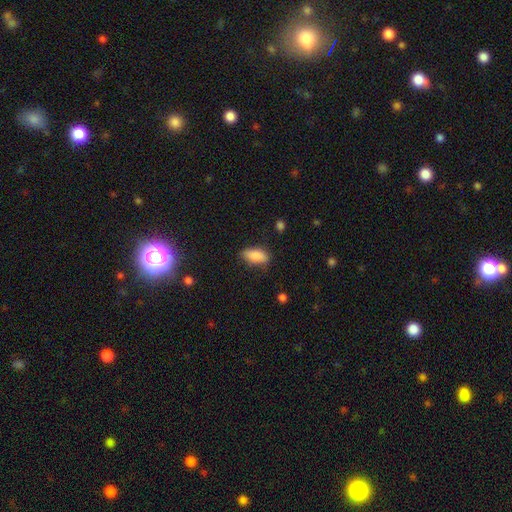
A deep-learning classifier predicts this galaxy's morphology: A smooth galaxy with no disk features (86%) that is in between round and cigar-shaped (86%).

Vote fractions:
- Smooth or featured? smooth: 86% / star or artifact: 7% / featured or disk: 6%
- How rounded? in between: 86% / cigar-shaped: 11% / round: 3%
- Merging? none: 75% / minor disturbance: 19% / major disturbance: 4% / merger: 2%